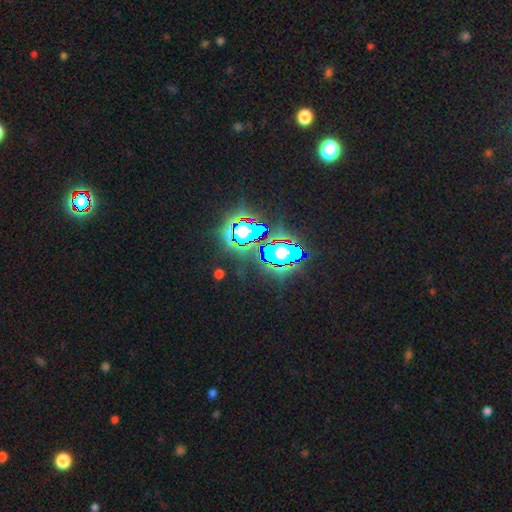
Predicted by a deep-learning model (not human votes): A star or artifact, not a galaxy (84%).

Vote fractions:
- Smooth or featured? star or artifact: 84% / smooth: 10% / featured or disk: 7%